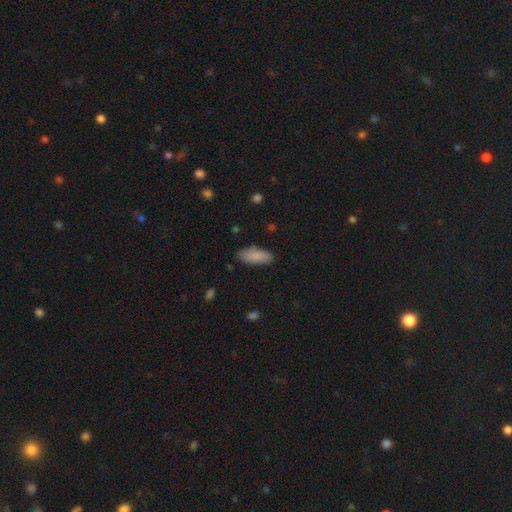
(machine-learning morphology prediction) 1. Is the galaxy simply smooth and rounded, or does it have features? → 86% smooth, 8% featured or disk, 6% star or artifact.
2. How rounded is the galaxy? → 78% in between, 20% cigar-shaped, 2% round.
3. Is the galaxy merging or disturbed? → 81% none, 15% minor disturbance, 3% major disturbance, 2% merger.